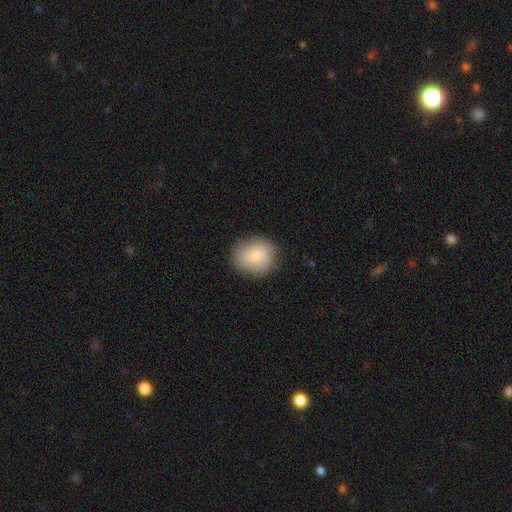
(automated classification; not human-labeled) Overall: smooth (76%). How rounded: round (80%). Merging: none (78%).